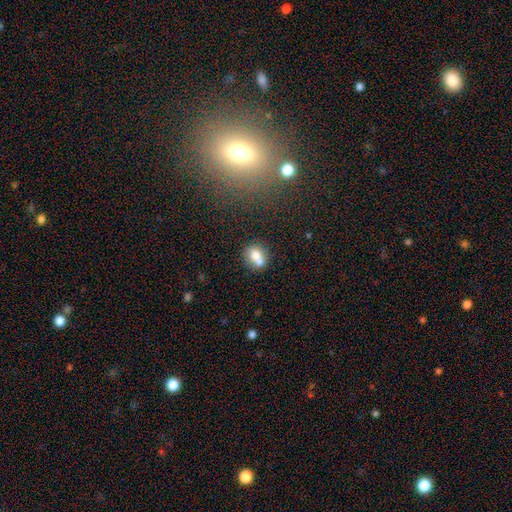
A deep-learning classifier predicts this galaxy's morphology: A smooth galaxy with no disk features (71%) that is round (68%). Merging: merger (48%).